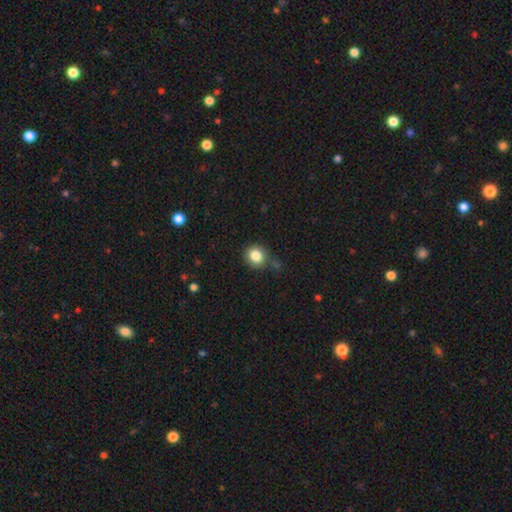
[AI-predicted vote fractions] Smooth or featured: smooth — 84% (star or artifact — 10%)
How rounded: round — 86% (in between — 14%)
Merging: none — 76% (minor disturbance — 14%)